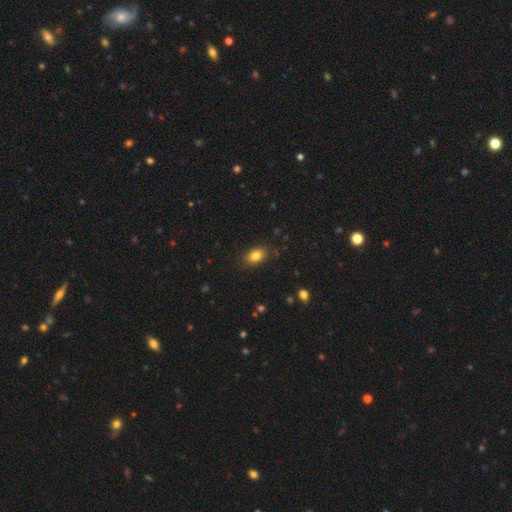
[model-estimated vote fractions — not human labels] This is clearly a smooth galaxy (83%). How rounded: clearly in between (82%). Merging: clearly none (83%).